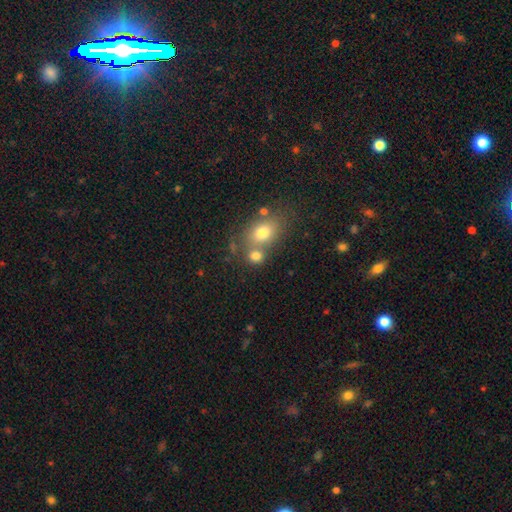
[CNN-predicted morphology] type=smooth (75%); roundness=round (53%); merging=none (48%).